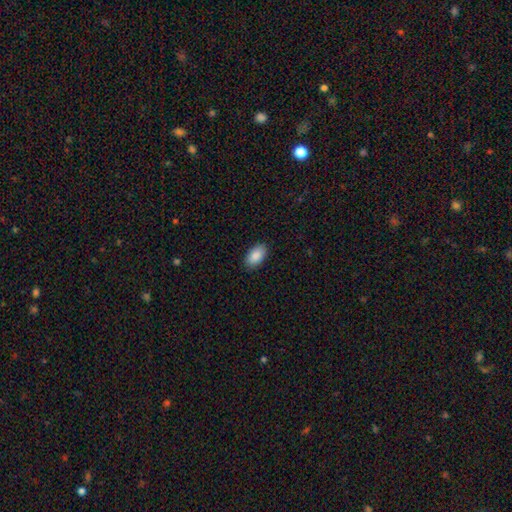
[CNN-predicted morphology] This appears to be a smooth galaxy with no disk features (90%) that is in between round and cigar-shaped (95%). Merging: none (89%).